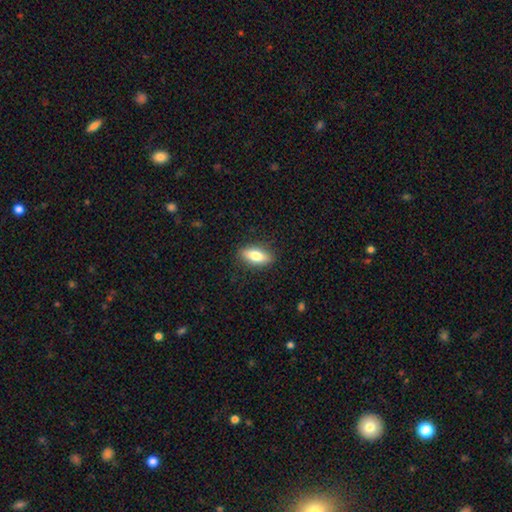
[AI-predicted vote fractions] Q: Smooth or featured?
A: smooth (74%); runner-up: featured or disk (19%)
Q: How rounded?
A: in between (77%); runner-up: cigar-shaped (19%)
Q: Merging?
A: none (87%); runner-up: minor disturbance (10%)